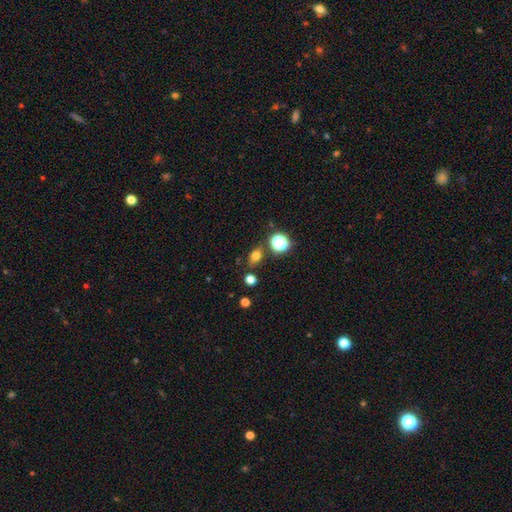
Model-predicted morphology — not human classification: Smooth or featured: smooth — 72% (star or artifact — 18%)
How rounded: in between — 62% (round — 35%)
Merging: none — 78% (minor disturbance — 12%)